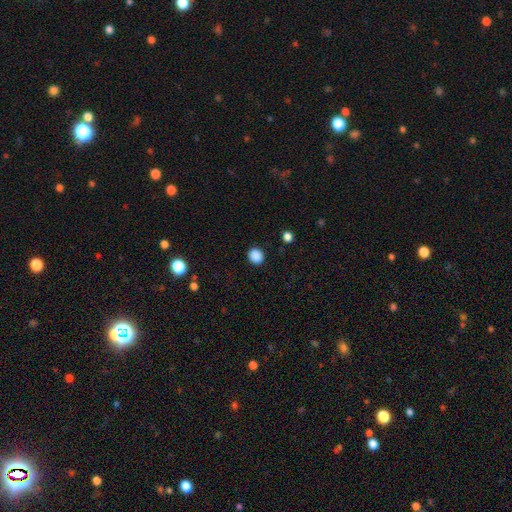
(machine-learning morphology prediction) Q: Smooth or featured?
A: smooth (88%); runner-up: star or artifact (10%)
Q: How rounded?
A: round (81%); runner-up: in between (18%)
Q: Merging?
A: none (90%); runner-up: minor disturbance (6%)